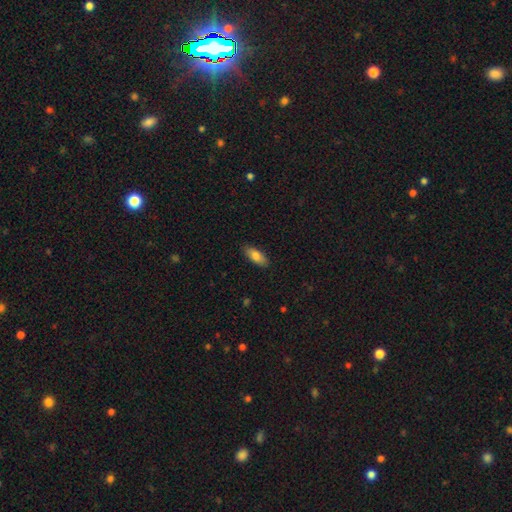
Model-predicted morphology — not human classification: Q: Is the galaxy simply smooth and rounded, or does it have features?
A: smooth — 80%.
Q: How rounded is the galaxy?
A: in between — 79%.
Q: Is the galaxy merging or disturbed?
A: none — 88%.